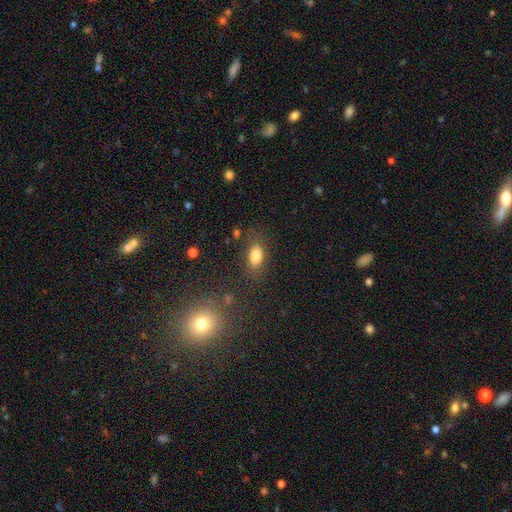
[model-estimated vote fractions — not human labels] Morphology: type=smooth (83%); roundness=in between (86%); merging=none (77%).